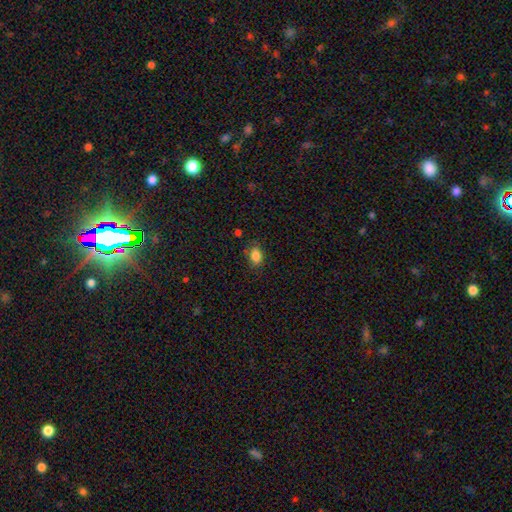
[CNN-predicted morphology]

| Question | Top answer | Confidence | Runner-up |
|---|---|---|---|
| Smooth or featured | smooth | 84% | star or artifact (10%) |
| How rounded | in between | 78% | round (20%) |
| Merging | none | 79% | minor disturbance (15%) |